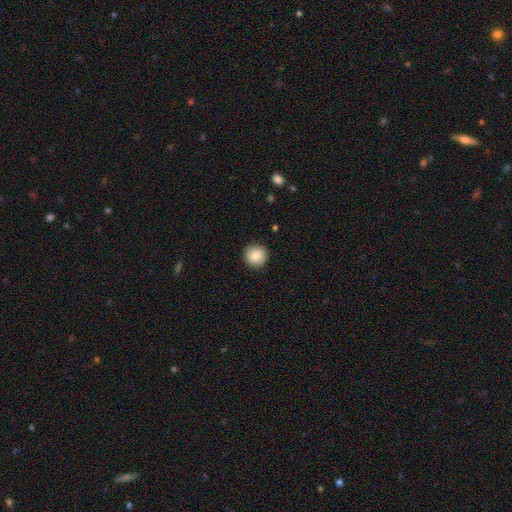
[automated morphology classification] smooth 81%, featured or disk 10%, star or artifact 8%. Down the decision tree: how rounded — round (94%); merging — none (89%).